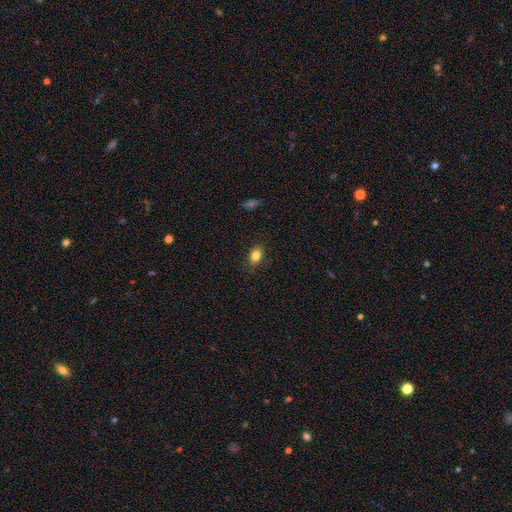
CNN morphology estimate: The model was most divided on "how rounded": in between: 80%, round: 18%, cigar-shaped: 2%. More confident: merging — none (85%); smooth or featured — smooth (83%).